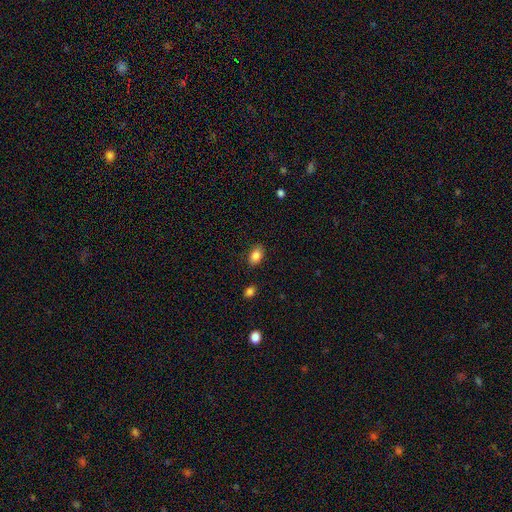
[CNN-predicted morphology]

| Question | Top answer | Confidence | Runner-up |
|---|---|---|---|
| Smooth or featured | smooth | 86% | star or artifact (9%) |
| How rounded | in between | 83% | round (16%) |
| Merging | none | 84% | minor disturbance (12%) |